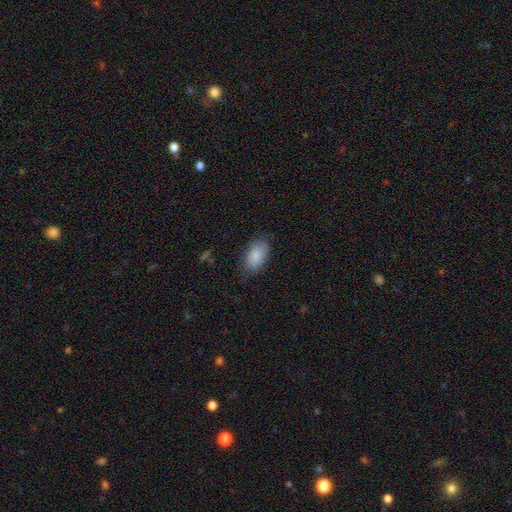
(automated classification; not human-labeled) Q: Smooth or featured?
A: smooth (85%); runner-up: featured or disk (8%)
Q: How rounded?
A: in between (93%); runner-up: round (4%)
Q: Merging?
A: none (72%); runner-up: minor disturbance (21%)